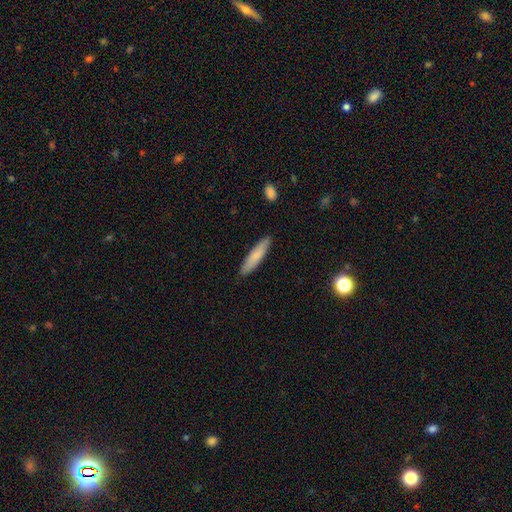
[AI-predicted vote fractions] Smooth or featured? Predicted: smooth (p=0.79). How rounded? Predicted: cigar-shaped (p=0.85). Merging? Predicted: none (p=0.89).